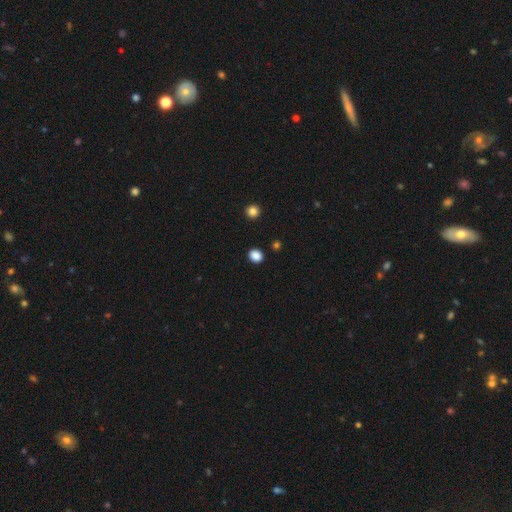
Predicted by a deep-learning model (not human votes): This is clearly a smooth galaxy (87%). How rounded: likely round (64%). Merging: clearly none (91%).